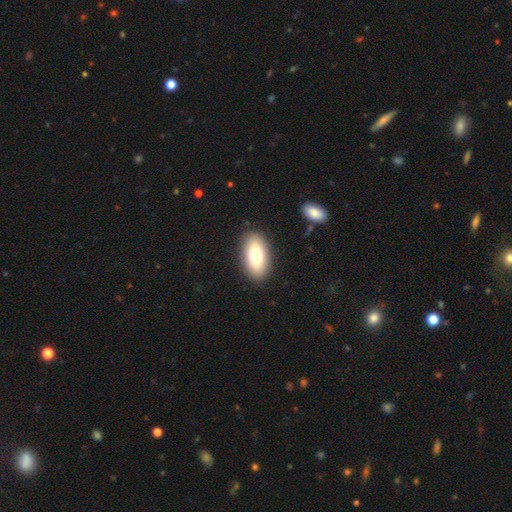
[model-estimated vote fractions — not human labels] Q: Smooth or featured?
A: smooth (77%); runner-up: featured or disk (15%)
Q: How rounded?
A: in between (93%); runner-up: cigar-shaped (4%)
Q: Merging?
A: none (89%); runner-up: minor disturbance (8%)